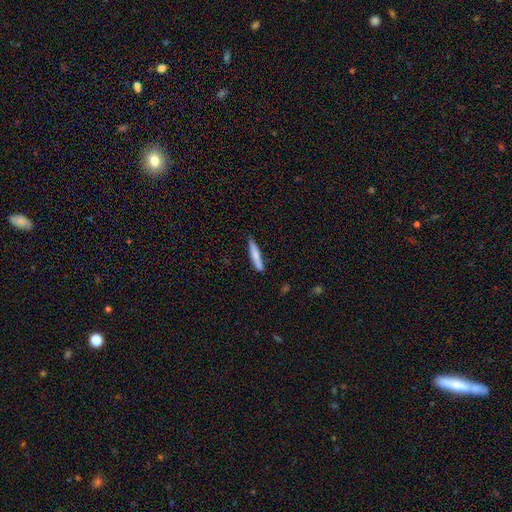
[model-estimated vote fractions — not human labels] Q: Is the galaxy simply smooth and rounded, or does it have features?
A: smooth — 77%.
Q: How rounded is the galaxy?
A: cigar-shaped — 92%.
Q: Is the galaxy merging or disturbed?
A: none — 82%.